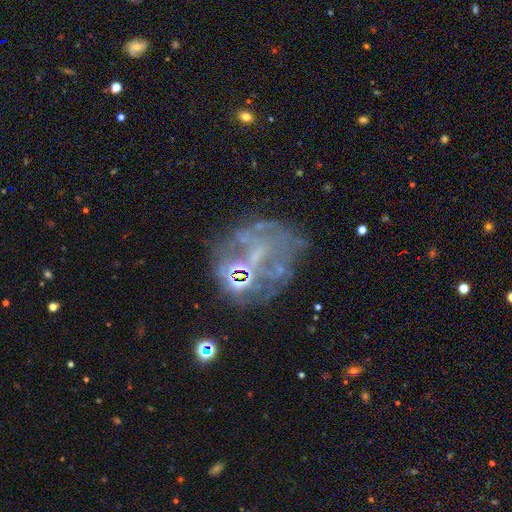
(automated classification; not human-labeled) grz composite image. It shows a featured or disk galaxy (55%) with no bar (73%), no spiral arms (77%) and no central bulge (58%). Merging: none (47%).